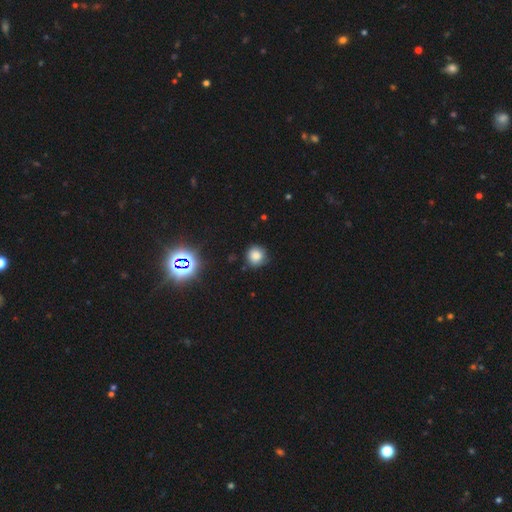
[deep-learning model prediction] This is likely a smooth galaxy (78%). How rounded: clearly round (91%). Merging: likely none (80%).